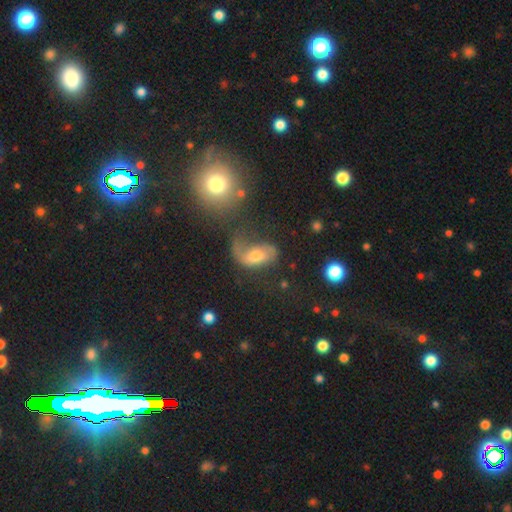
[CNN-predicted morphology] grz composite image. It shows a featured or disk galaxy (49%). Merging: major disturbance (39%).